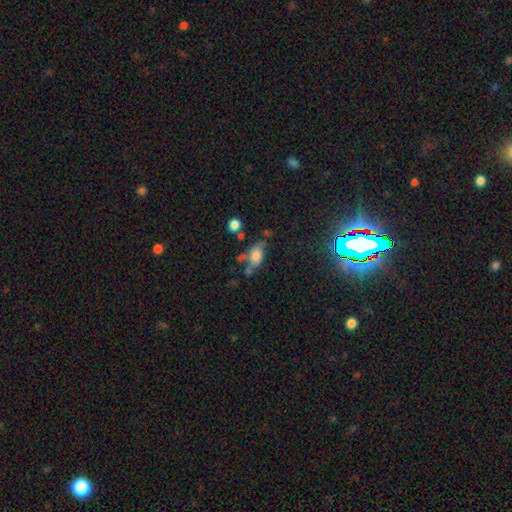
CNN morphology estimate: smooth-or-featured: smooth: 67% | featured or disk: 22% | star or artifact: 11%
  how-rounded: in between: 84% | round: 11% | cigar-shaped: 5%
  merging: none: 40% | minor disturbance: 26% | merger: 17% | major disturbance: 17%